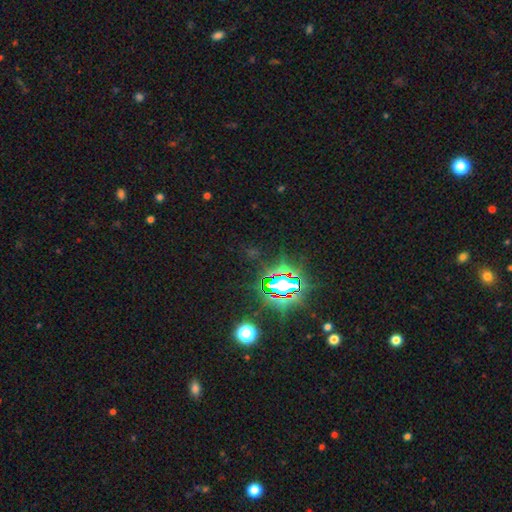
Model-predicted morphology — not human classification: smooth-or-featured: star or artifact: 81% | smooth: 12% | featured or disk: 8%